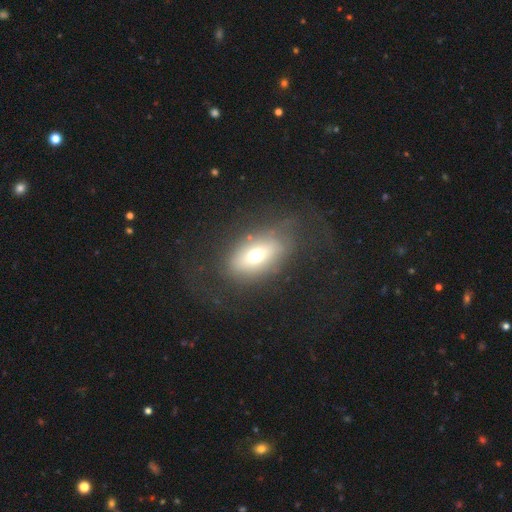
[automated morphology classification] smooth_or_featured: smooth (p=0.57) [alt: featured or disk p=0.32]
how_rounded: in between (p=0.82) [alt: round p=0.12]
merging: none (p=0.57) [alt: major disturbance p=0.23]